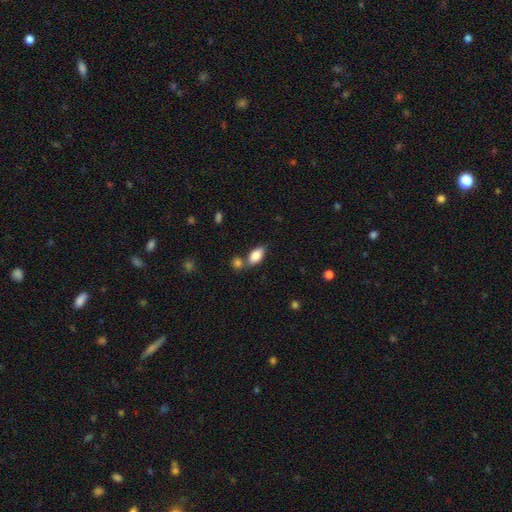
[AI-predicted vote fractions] The model was most divided on "merging": none: 59%, merger: 24%, minor disturbance: 13%, major disturbance: 4%. More confident: how rounded — in between (89%); smooth or featured — smooth (83%).